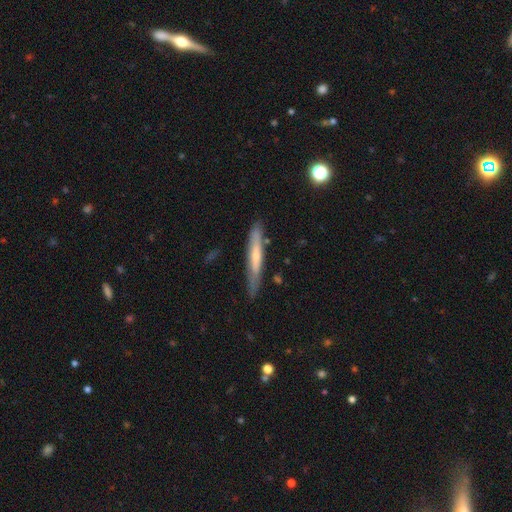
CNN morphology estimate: smooth-or-featured: featured or disk: 50% | smooth: 44% | star or artifact: 6%
  merging: none: 80% | minor disturbance: 15% | major disturbance: 3% | merger: 2%